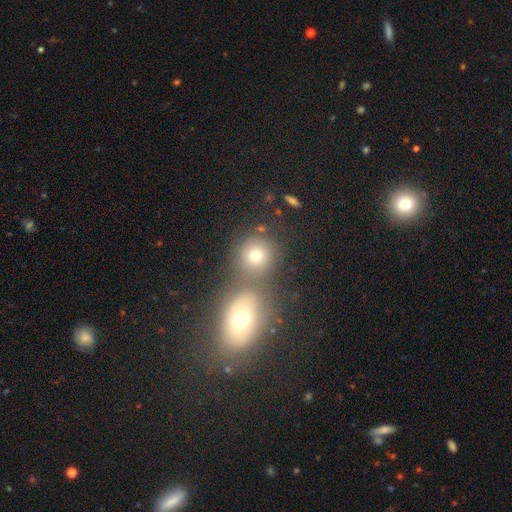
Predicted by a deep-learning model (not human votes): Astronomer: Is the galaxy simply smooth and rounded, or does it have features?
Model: smooth — 72%.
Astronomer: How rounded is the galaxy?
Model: round — 85%.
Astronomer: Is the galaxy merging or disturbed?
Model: none — 56% (runner-up: merger, 32%).